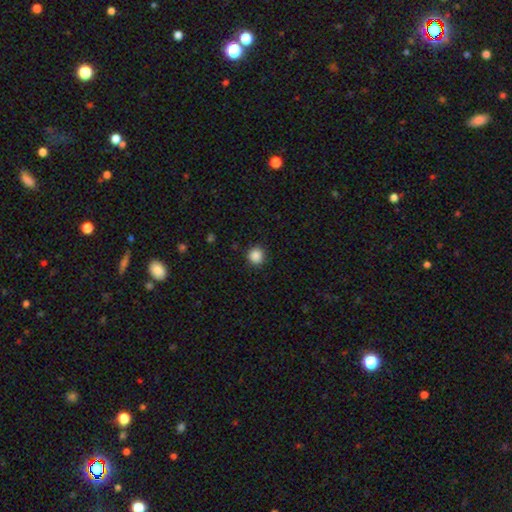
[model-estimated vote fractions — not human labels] Q: Smooth or featured?
A: smooth (87%); runner-up: star or artifact (10%)
Q: How rounded?
A: round (93%); runner-up: in between (6%)
Q: Merging?
A: none (90%); runner-up: minor disturbance (6%)